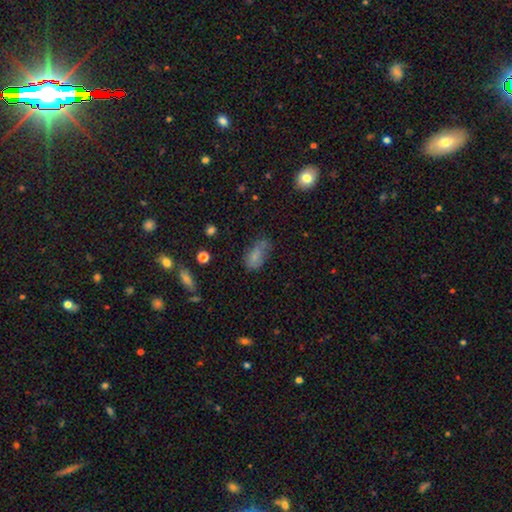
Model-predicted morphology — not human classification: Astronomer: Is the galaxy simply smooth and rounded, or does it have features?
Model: smooth — 70%.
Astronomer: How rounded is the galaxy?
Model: in between — 88%.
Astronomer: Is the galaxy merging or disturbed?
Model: none — 42% (runner-up: minor disturbance, 31%).